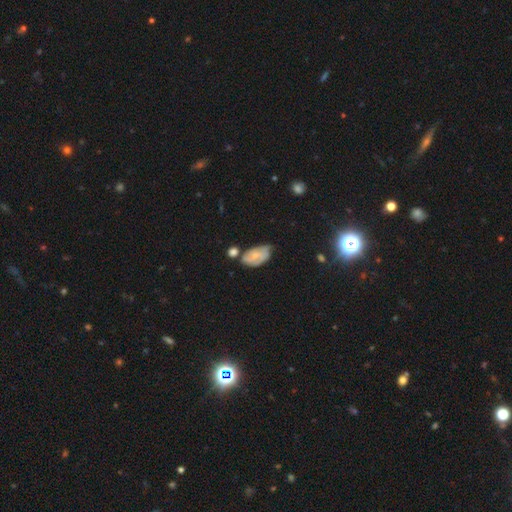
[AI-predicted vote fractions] Smooth or featured?
  - featured or disk: 48% *
  - smooth: 44%
  - star or artifact: 7%
Merging?
  - none: 39% *
  - minor disturbance: 34%
  - merger: 17%
  - major disturbance: 11%